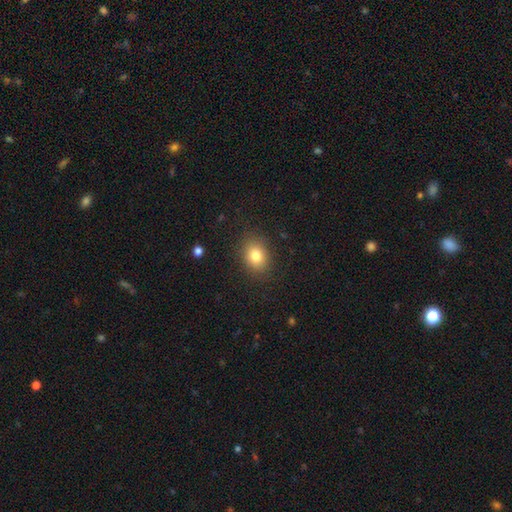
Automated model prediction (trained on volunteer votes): smooth 81%, star or artifact 10%, featured or disk 8%. Down the decision tree: how rounded — in between (54%); merging — none (85%).